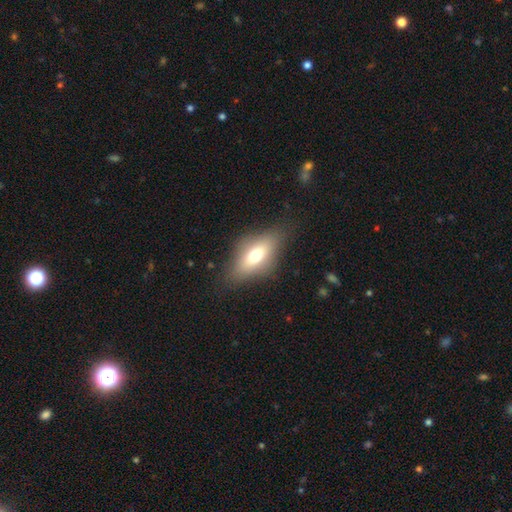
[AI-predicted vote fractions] Smooth or featured? Predicted: smooth (p=0.64). How rounded? Predicted: in between (p=0.78). Merging? Predicted: none (p=0.77).